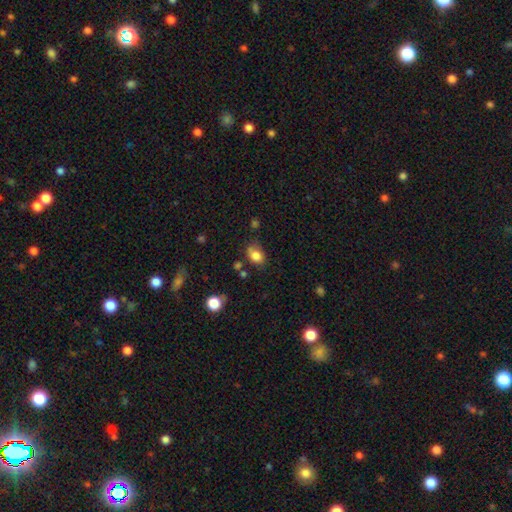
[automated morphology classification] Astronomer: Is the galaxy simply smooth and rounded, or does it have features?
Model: smooth — 82%.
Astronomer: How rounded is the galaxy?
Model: in between — 66%.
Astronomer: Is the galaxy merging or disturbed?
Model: none — 57%.